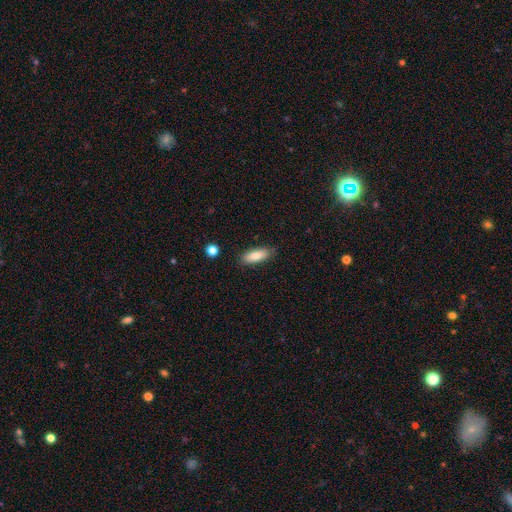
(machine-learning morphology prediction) smooth 81%, featured or disk 12%, star or artifact 7%. Down the decision tree: how rounded — in between (71%); merging — none (85%).